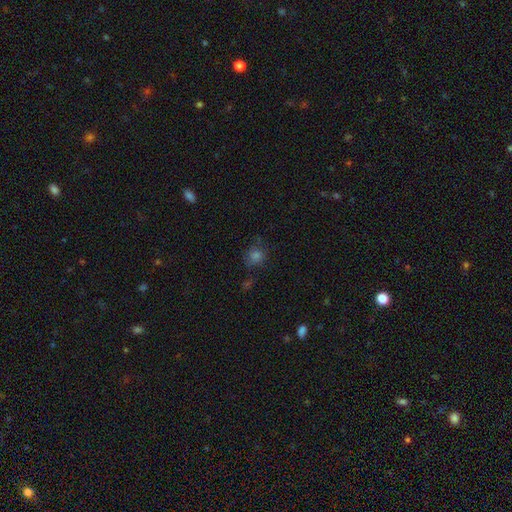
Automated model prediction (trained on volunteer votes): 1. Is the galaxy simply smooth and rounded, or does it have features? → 62% smooth, 26% star or artifact, 11% featured or disk.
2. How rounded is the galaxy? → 80% round, 19% in between, 1% cigar-shaped.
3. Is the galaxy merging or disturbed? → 72% none, 17% minor disturbance, 8% major disturbance, 4% merger.